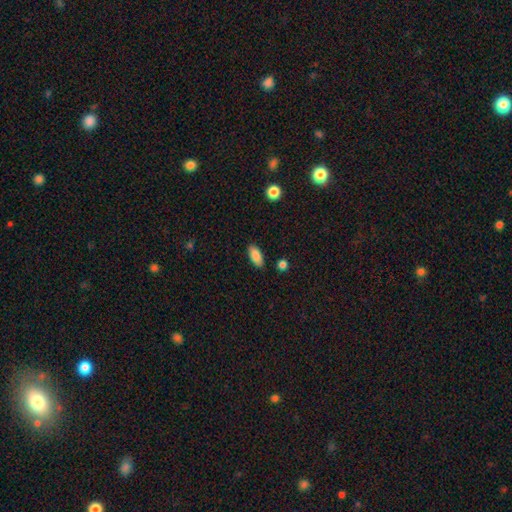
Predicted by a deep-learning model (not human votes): This appears to be a smooth galaxy with no disk features (87%) that is in between round and cigar-shaped (85%). Merging: none (86%).